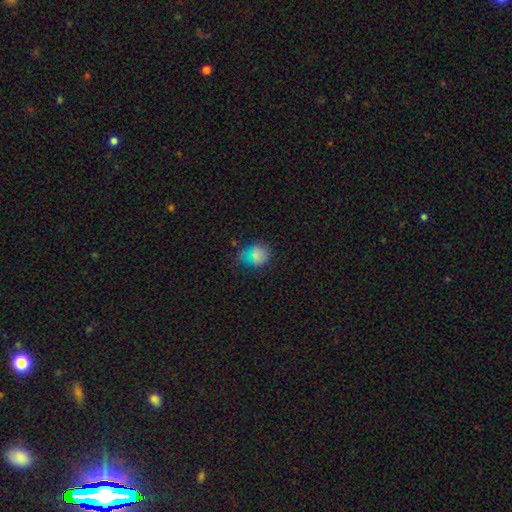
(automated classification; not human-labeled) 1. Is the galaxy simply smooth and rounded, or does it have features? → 69% smooth, 24% star or artifact, 7% featured or disk.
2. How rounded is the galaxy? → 70% round, 28% in between, 1% cigar-shaped.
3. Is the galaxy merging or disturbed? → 75% none, 17% minor disturbance, 6% major disturbance, 2% merger.